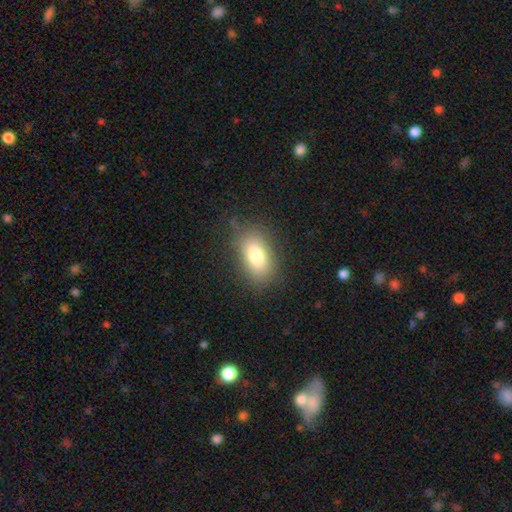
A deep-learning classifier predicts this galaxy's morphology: Overall: smooth (80%). How rounded: in between (88%). Merging: none (79%).